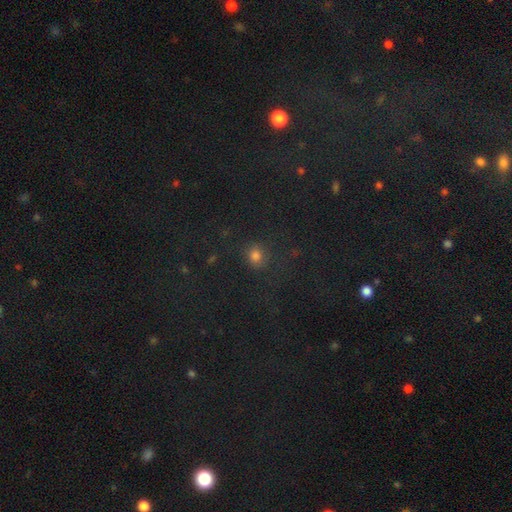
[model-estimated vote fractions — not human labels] smooth_or_featured: smooth (p=0.70) [alt: star or artifact p=0.24]
how_rounded: round (p=0.83) [alt: in between p=0.16]
merging: none (p=0.83) [alt: minor disturbance p=0.10]